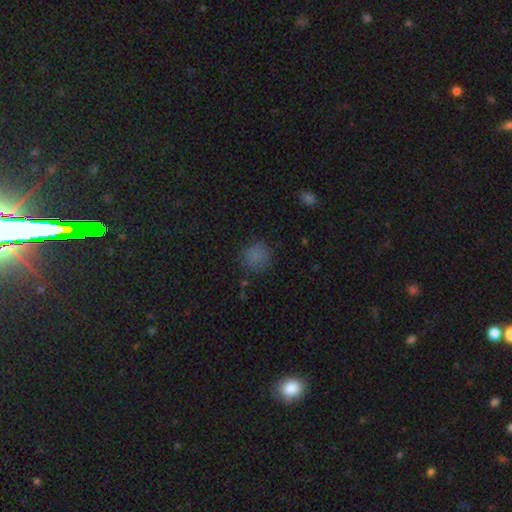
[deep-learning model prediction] Smooth or featured?
  - smooth: 78% *
  - star or artifact: 16%
  - featured or disk: 6%
How rounded?
  - round: 87% *
  - in between: 12%
  - cigar-shaped: 1%
Merging?
  - none: 79% *
  - minor disturbance: 14%
  - major disturbance: 4%
  - merger: 2%